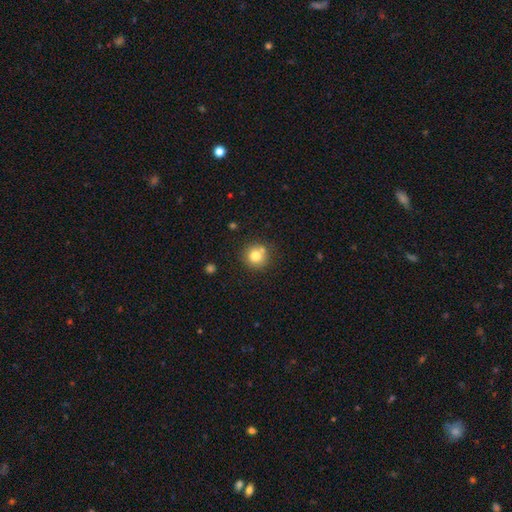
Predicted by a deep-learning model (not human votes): Smooth or featured? Predicted: smooth (p=0.76). How rounded? Predicted: round (p=0.93). Merging? Predicted: none (p=0.72).